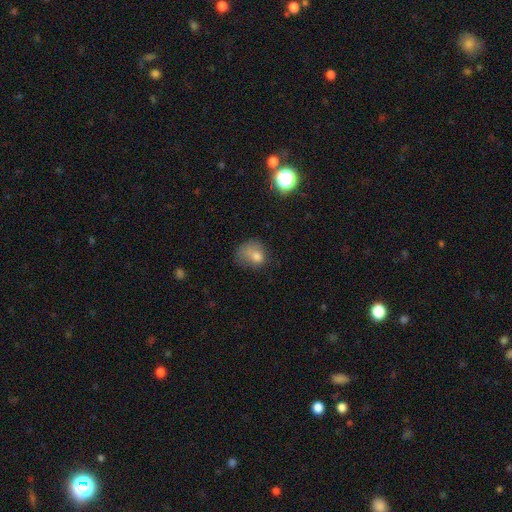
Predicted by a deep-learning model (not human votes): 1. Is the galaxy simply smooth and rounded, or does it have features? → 71% smooth, 14% star or artifact, 14% featured or disk.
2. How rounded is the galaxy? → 50% round, 49% in between, 1% cigar-shaped.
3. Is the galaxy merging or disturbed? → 34% major disturbance, 31% minor disturbance, 31% none, 4% merger.